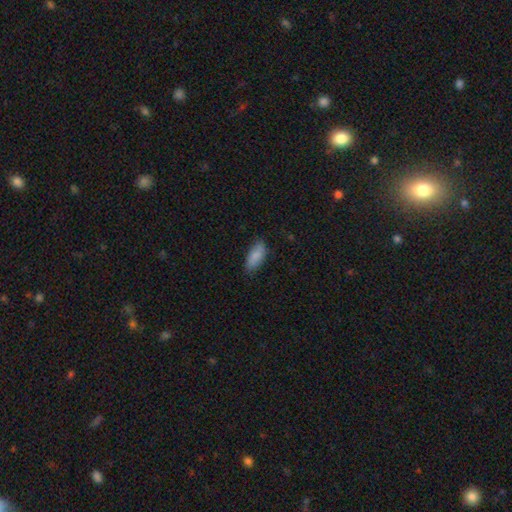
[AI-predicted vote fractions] Q: Smooth or featured?
A: smooth (86%); runner-up: featured or disk (8%)
Q: How rounded?
A: in between (84%); runner-up: cigar-shaped (14%)
Q: Merging?
A: none (78%); runner-up: minor disturbance (17%)